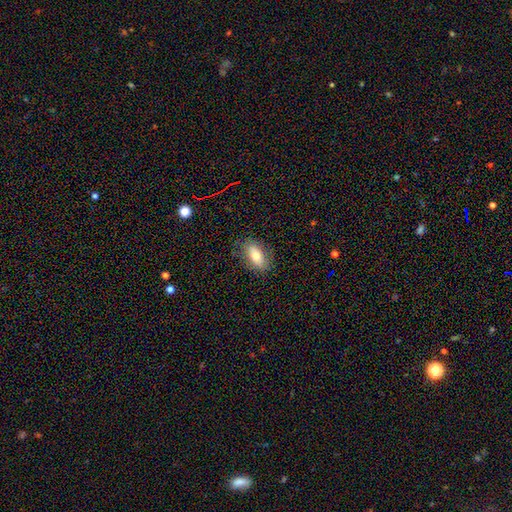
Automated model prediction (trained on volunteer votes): Smooth or featured? Predicted: smooth (p=0.71). How rounded? Predicted: in between (p=0.87). Merging? Predicted: none (p=0.81).